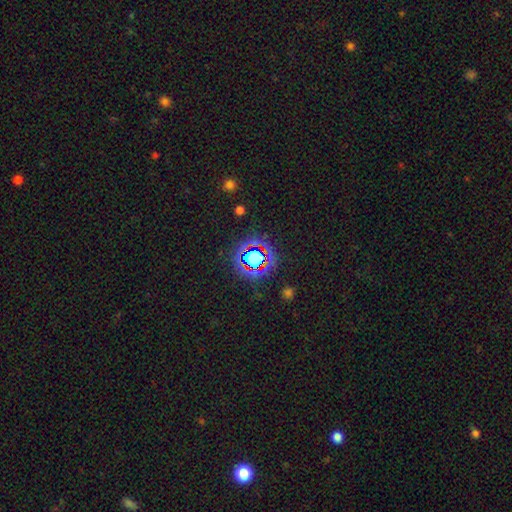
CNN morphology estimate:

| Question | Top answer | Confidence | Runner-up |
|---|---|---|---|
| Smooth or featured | star or artifact | 64% | smooth (24%) |